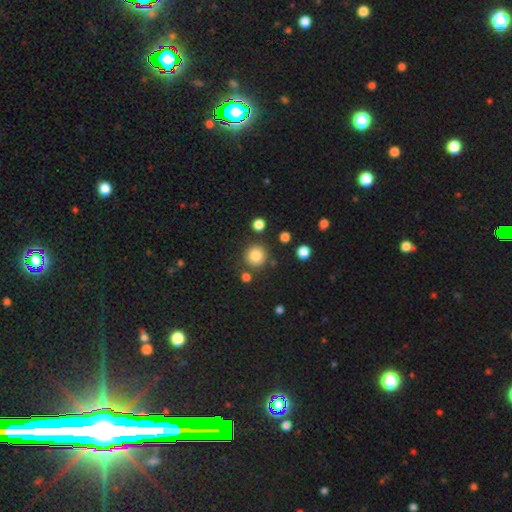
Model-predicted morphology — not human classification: smooth-or-featured: smooth: 84% | star or artifact: 11% | featured or disk: 6%
  how-rounded: round: 93% | in between: 6% | cigar-shaped: 1%
  merging: none: 84% | minor disturbance: 8% | merger: 5% | major disturbance: 3%